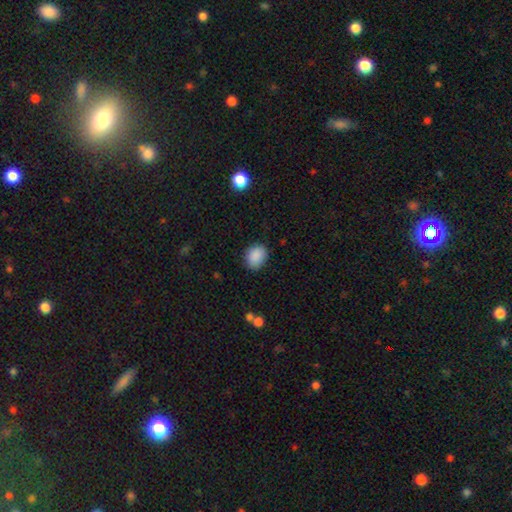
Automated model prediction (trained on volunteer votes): Smooth or featured: smooth — 89% (star or artifact — 8%)
How rounded: round — 52% (in between — 47%)
Merging: none — 84% (minor disturbance — 12%)